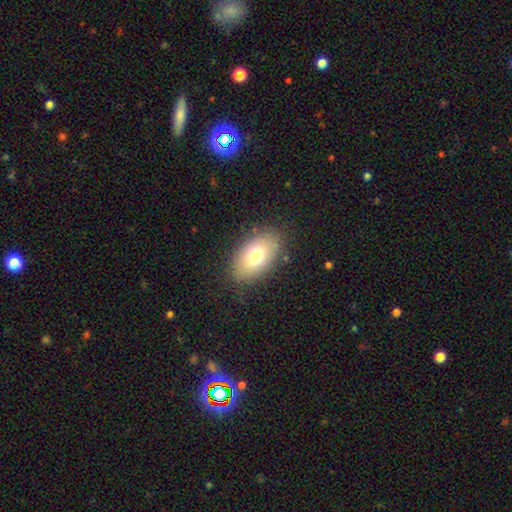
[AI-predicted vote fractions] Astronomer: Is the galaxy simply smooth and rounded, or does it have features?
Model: smooth — 75%.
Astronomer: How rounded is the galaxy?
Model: in between — 91%.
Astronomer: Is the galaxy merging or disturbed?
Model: none — 83%.